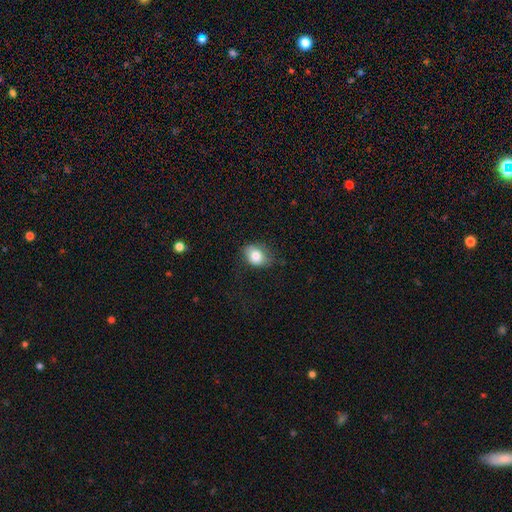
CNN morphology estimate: Smooth or featured: smooth — 81% (featured or disk — 11%)
How rounded: in between — 66% (round — 33%)
Merging: none — 66% (minor disturbance — 25%)